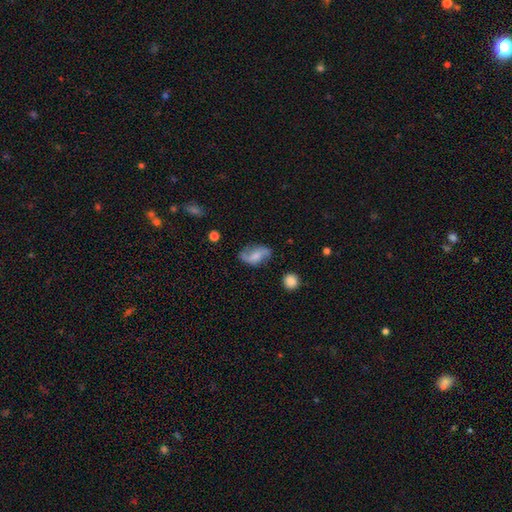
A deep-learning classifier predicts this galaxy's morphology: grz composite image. It shows a featured or disk galaxy (59%) with no bar (46%), 2 (88%) loose (69%) spiral arms (89%) and a moderate central bulge (31%). Merging: none (67%).